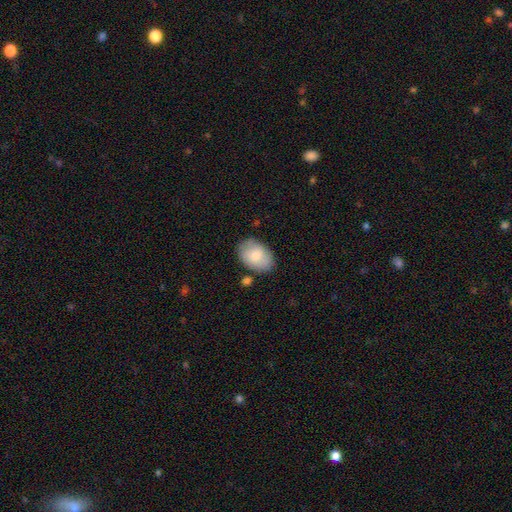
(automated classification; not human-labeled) A smooth galaxy with no disk features (75%) that is in between round and cigar-shaped (84%).

Vote fractions:
- Smooth or featured? smooth: 75% / featured or disk: 19% / star or artifact: 6%
- How rounded? in between: 84% / round: 15% / cigar-shaped: 1%
- Merging? none: 75% / minor disturbance: 17% / merger: 4% / major disturbance: 4%